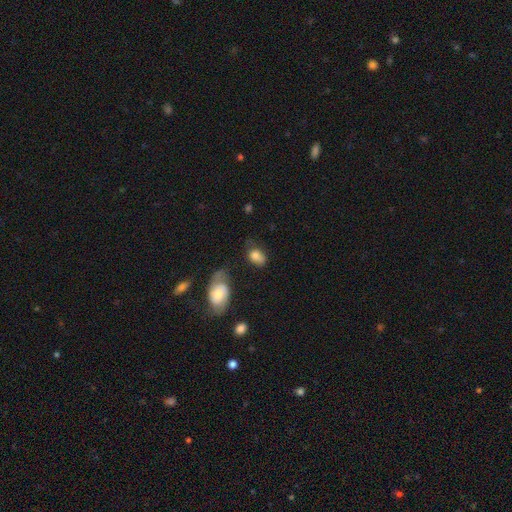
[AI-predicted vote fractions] This is likely a smooth galaxy (76%). How rounded: likely in between (78%). Merging: possibly none (46%).